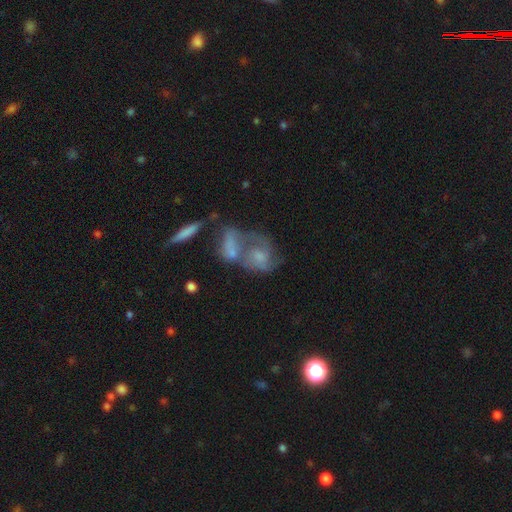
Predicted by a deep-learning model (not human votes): A featured or disk galaxy (55%) with no bar (71%), spiral arms (67%) and a small central bulge (39%, tied with moderate). Merging: merger (56%).